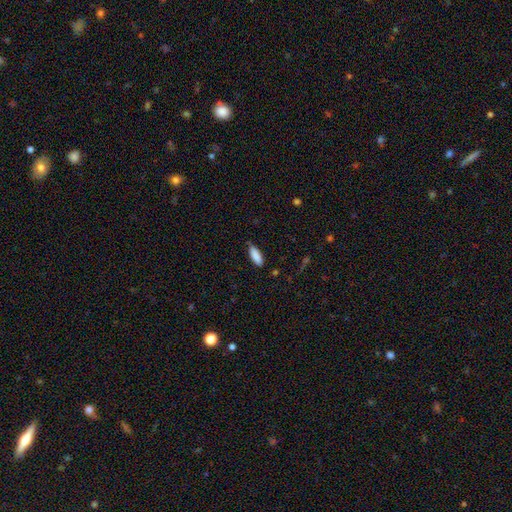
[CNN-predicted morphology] A smooth galaxy with no disk features (88%) that is in between round and cigar-shaped (66%).

Vote fractions:
- Smooth or featured? smooth: 88% / star or artifact: 7% / featured or disk: 5%
- How rounded? in between: 66% / cigar-shaped: 33% / round: 2%
- Merging? none: 77% / minor disturbance: 19% / major disturbance: 3% / merger: 1%